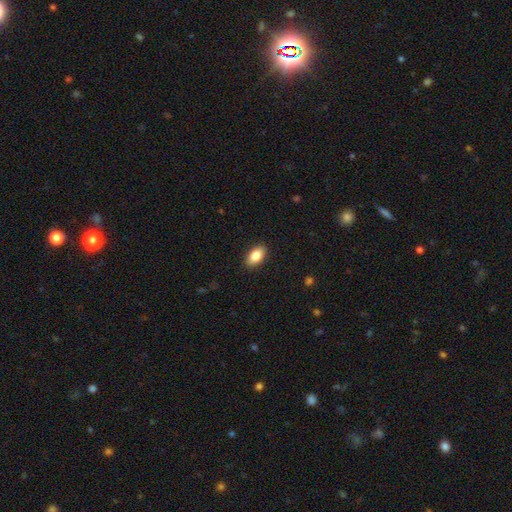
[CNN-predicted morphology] Overall: smooth (84%). How rounded: in between (92%). Merging: none (89%).